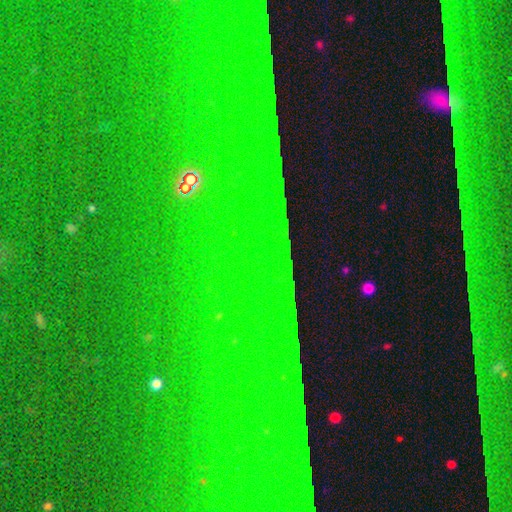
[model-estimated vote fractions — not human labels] This appears to be a star or artifact, not a galaxy (85%).